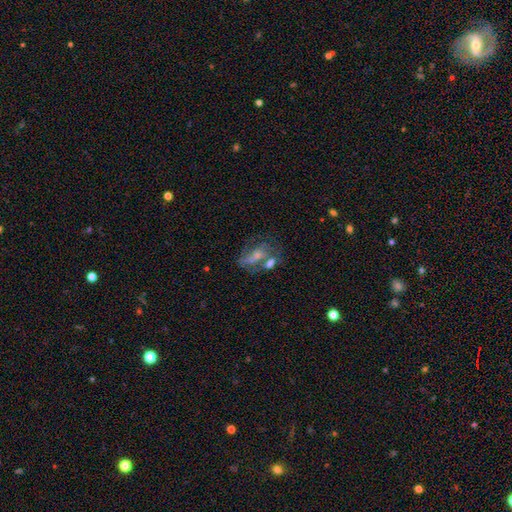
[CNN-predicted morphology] featured or disk 54%, smooth 35%, star or artifact 11%. Down the decision tree: edge-on disk — no (94%); bar — no (60%); spiral arms — yes (55%); bulge size — small (39%); merging — merger (34%).